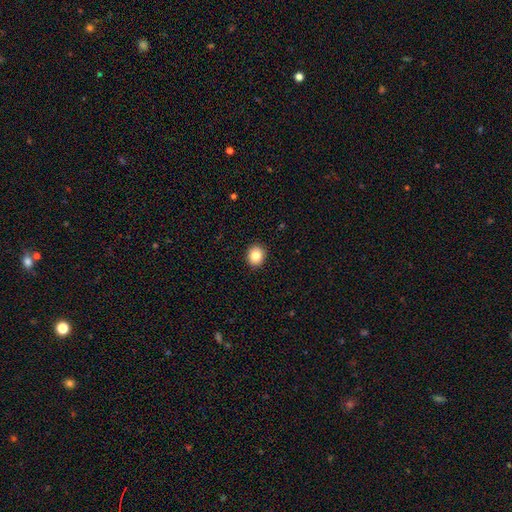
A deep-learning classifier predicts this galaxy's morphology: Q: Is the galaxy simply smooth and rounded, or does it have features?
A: smooth — 84%.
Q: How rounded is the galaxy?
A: round — 68%.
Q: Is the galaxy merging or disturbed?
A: none — 91%.